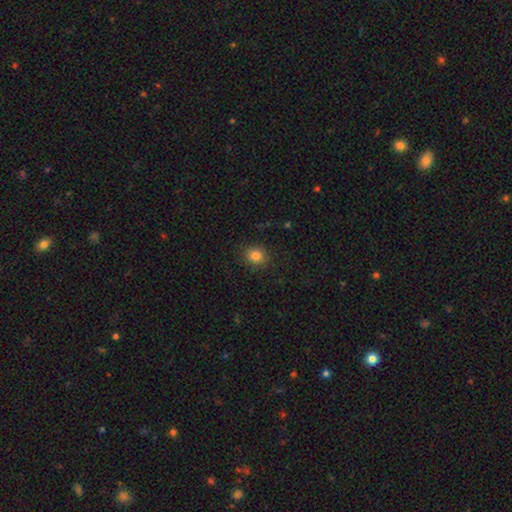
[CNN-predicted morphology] The model was most divided on "how rounded": round: 81%, in between: 18%, cigar-shaped: 1%. More confident: merging — none (88%); smooth or featured — smooth (83%).